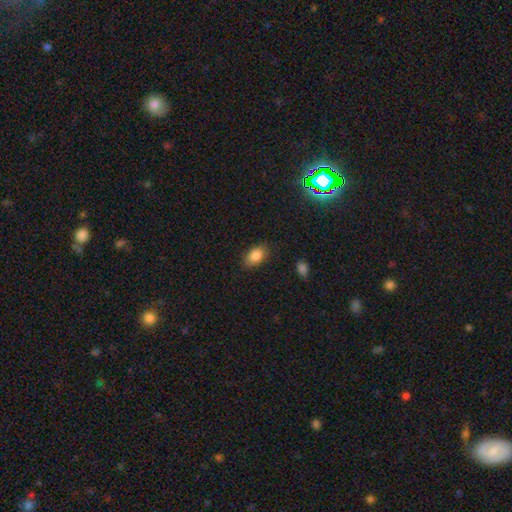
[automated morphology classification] Smooth or featured? smooth (84%)
How rounded? in between (86%)
Merging? none (81%)